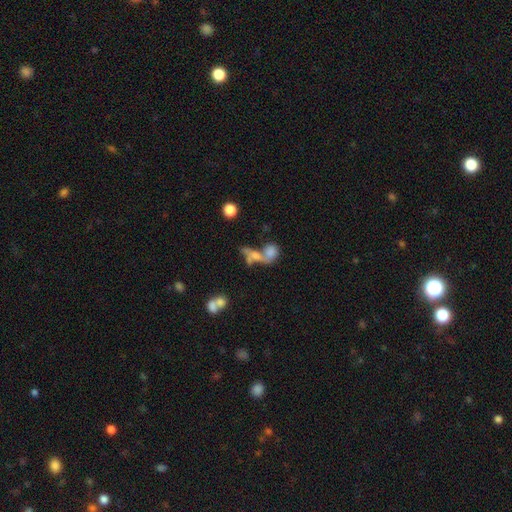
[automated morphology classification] Smooth or featured: smooth — 51% (featured or disk — 33%)
How rounded: in between — 62% (round — 24%)
Merging: merger — 60% (none — 20%)